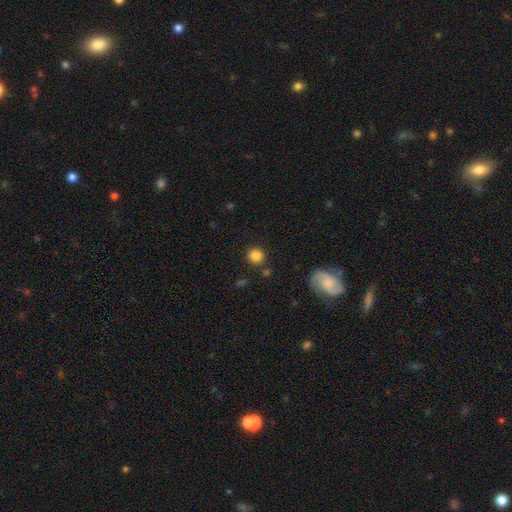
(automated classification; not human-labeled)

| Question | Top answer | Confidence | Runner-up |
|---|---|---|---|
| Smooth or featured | smooth | 84% | star or artifact (11%) |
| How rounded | round | 92% | in between (7%) |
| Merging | none | 86% | minor disturbance (7%) |